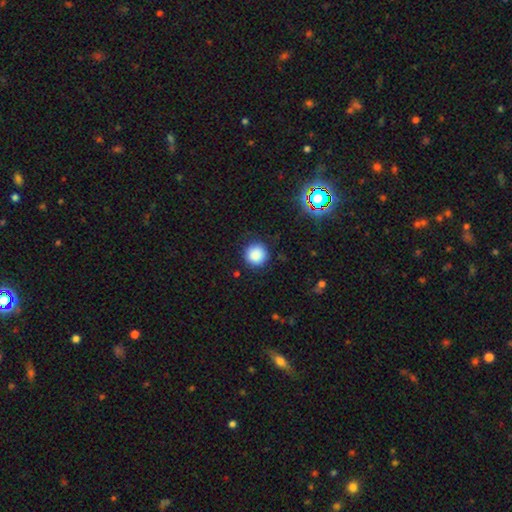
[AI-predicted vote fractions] Smooth or featured?
  - smooth: 86% *
  - star or artifact: 10%
  - featured or disk: 4%
How rounded?
  - round: 95% *
  - in between: 4%
  - cigar-shaped: 1%
Merging?
  - none: 87% *
  - minor disturbance: 9%
  - major disturbance: 3%
  - merger: 1%